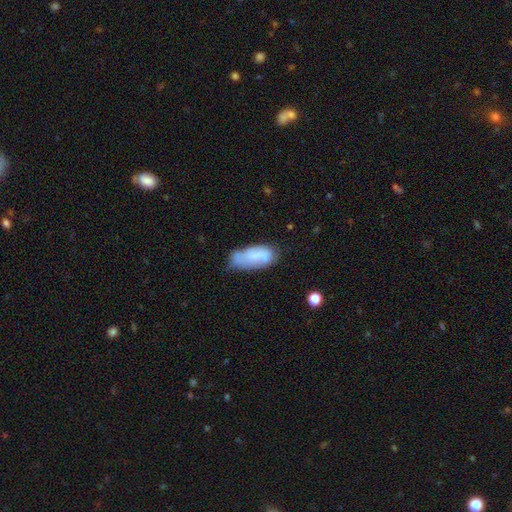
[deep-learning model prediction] A smooth galaxy with no disk features (65%) that is in between round and cigar-shaped (86%).

Vote fractions:
- Smooth or featured? smooth: 65% / featured or disk: 27% / star or artifact: 8%
- How rounded? in between: 86% / cigar-shaped: 12% / round: 2%
- Merging? none: 46% / minor disturbance: 33% / major disturbance: 12% / merger: 8%